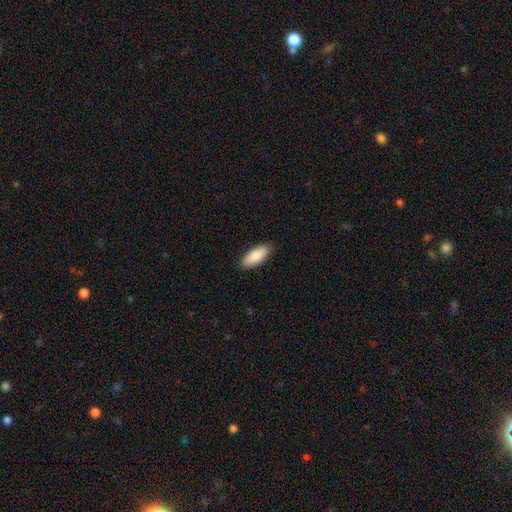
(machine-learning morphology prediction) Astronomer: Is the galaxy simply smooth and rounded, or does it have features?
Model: smooth — 85%.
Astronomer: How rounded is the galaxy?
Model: in between — 80%.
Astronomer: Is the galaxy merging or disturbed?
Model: none — 89%.